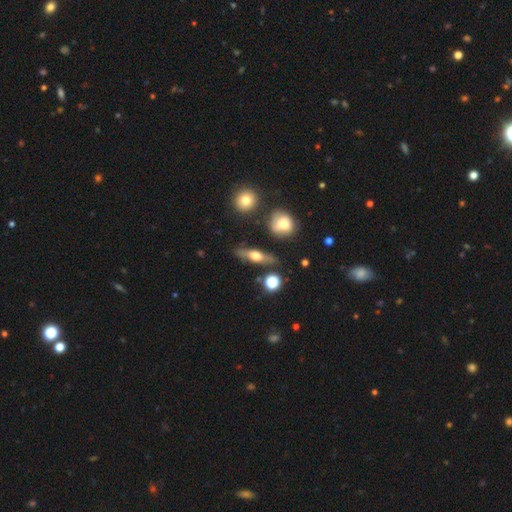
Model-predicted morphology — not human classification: Smooth or featured? featured or disk (49%)
Merging? none (79%)